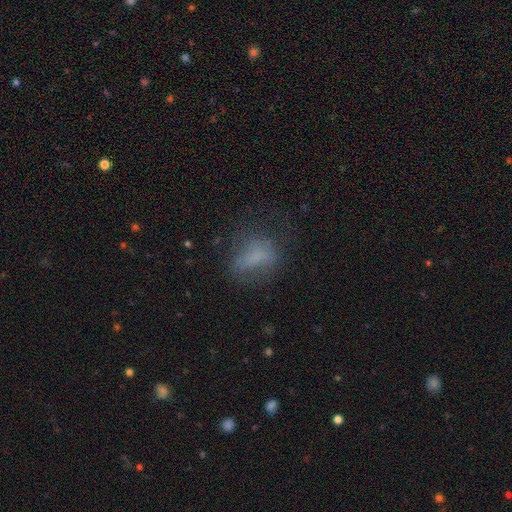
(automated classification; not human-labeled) Smooth or featured? Predicted: smooth (p=0.64). How rounded? Predicted: in between (p=0.71). Merging? Predicted: none (p=0.50).